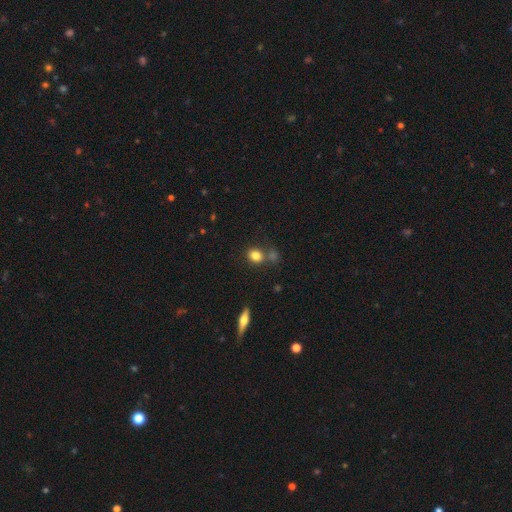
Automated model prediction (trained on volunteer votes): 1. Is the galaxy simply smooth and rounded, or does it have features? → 81% smooth, 11% star or artifact, 8% featured or disk.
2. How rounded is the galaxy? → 50% round, 48% in between, 2% cigar-shaped.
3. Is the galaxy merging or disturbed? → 62% none, 21% merger, 12% minor disturbance, 4% major disturbance.